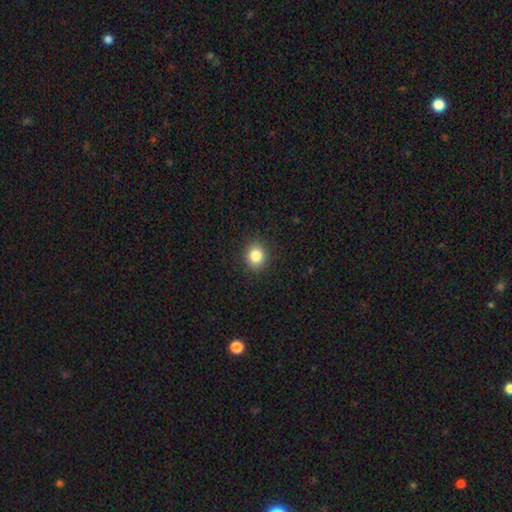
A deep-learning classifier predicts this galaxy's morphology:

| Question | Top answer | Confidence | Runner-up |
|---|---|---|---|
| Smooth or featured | smooth | 84% | star or artifact (11%) |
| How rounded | round | 78% | in between (21%) |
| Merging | none | 91% | minor disturbance (6%) |